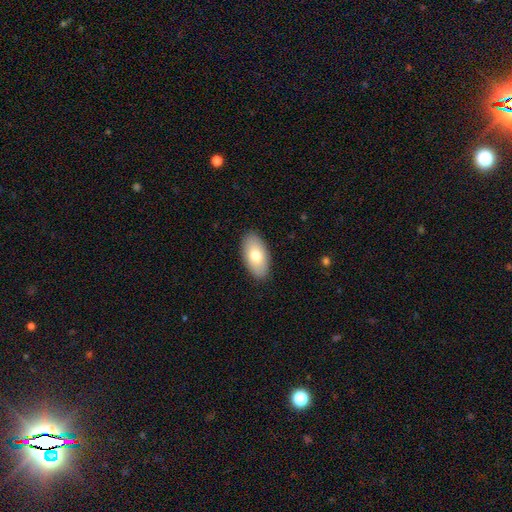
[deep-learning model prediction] A smooth galaxy with no disk features (75%) that is in between round and cigar-shaped (95%).

Vote fractions:
- Smooth or featured? smooth: 75% / featured or disk: 20% / star or artifact: 6%
- How rounded? in between: 95% / round: 3% / cigar-shaped: 2%
- Merging? none: 88% / minor disturbance: 9% / major disturbance: 2% / merger: 1%